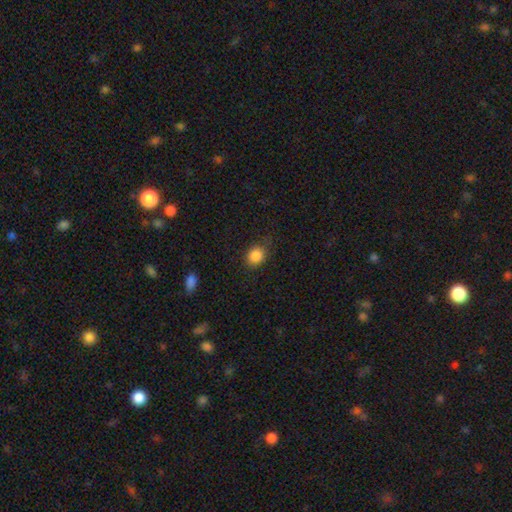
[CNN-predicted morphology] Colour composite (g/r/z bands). It shows a smooth galaxy with no disk features (85%) that is round (64%). Merging: none (77%).